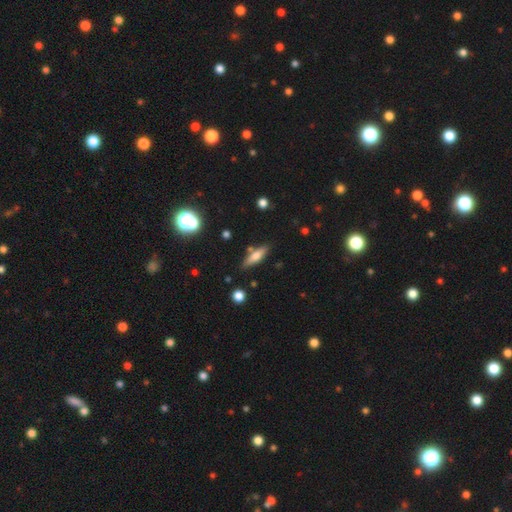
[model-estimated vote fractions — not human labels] The model was most divided on "how rounded": cigar-shaped: 59%, in between: 39%, round: 3%. More confident: merging — none (78%); smooth or featured — smooth (59%).